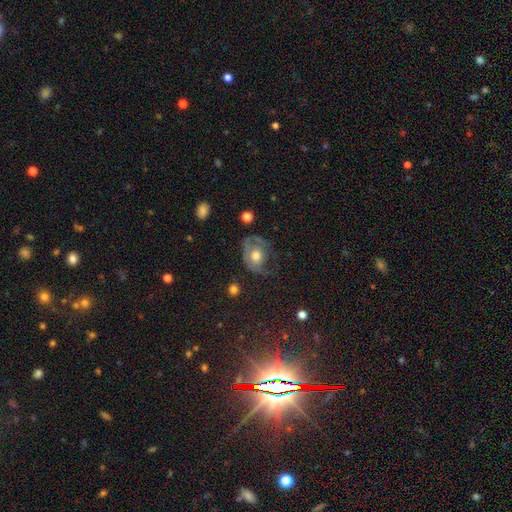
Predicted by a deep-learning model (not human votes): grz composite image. It shows a featured or disk galaxy (50%). Merging: none (42%).